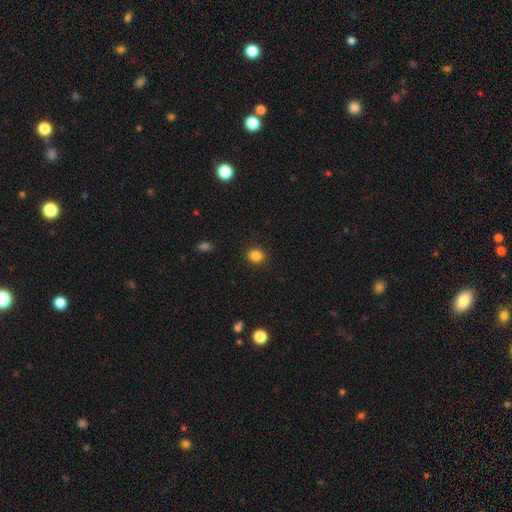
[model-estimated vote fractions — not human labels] Smooth or featured? Predicted: smooth (p=0.85). How rounded? Predicted: round (p=0.69). Merging? Predicted: none (p=0.90).